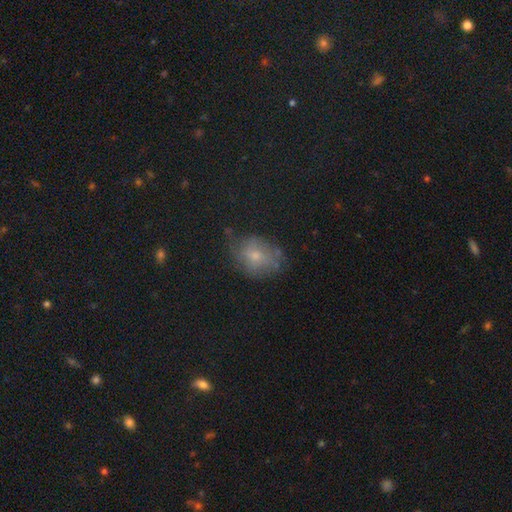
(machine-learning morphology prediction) smooth-or-featured: smooth: 57% | featured or disk: 28% | star or artifact: 15%
  how-rounded: in between: 67% | round: 32% | cigar-shaped: 2%
  merging: none: 57% | minor disturbance: 28% | major disturbance: 13% | merger: 3%